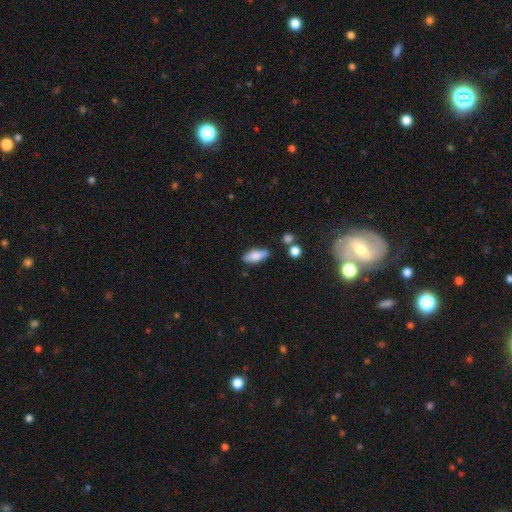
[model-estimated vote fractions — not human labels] Morphology: type=smooth (75%); roundness=in between (71%); merging=none (81%).